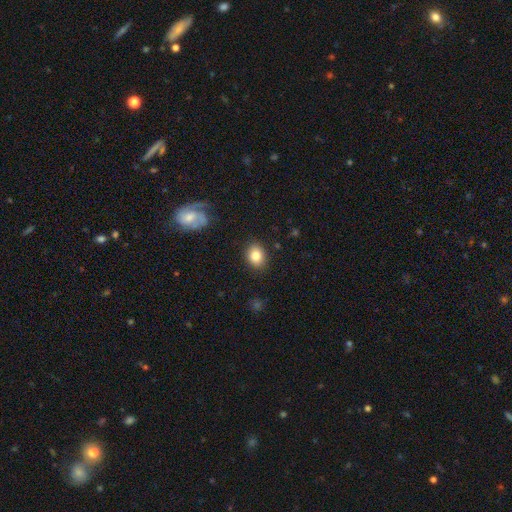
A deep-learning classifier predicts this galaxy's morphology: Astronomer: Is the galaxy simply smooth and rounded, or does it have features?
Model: smooth — 83%.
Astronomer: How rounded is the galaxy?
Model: in between — 51% (runner-up: round, 48%).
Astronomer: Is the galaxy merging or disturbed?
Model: none — 87%.